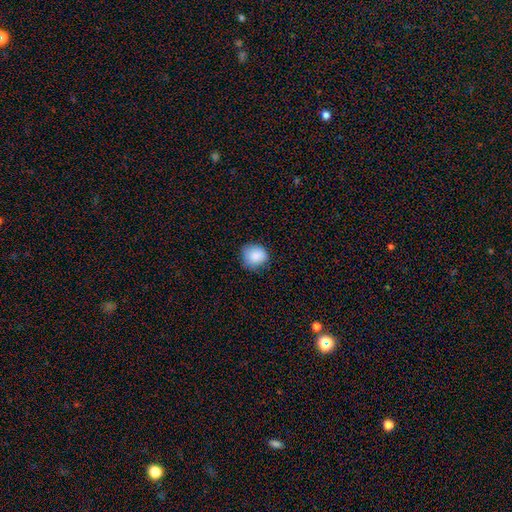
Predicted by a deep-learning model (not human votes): Overall: smooth (87%). How rounded: round (79%). Merging: none (72%).